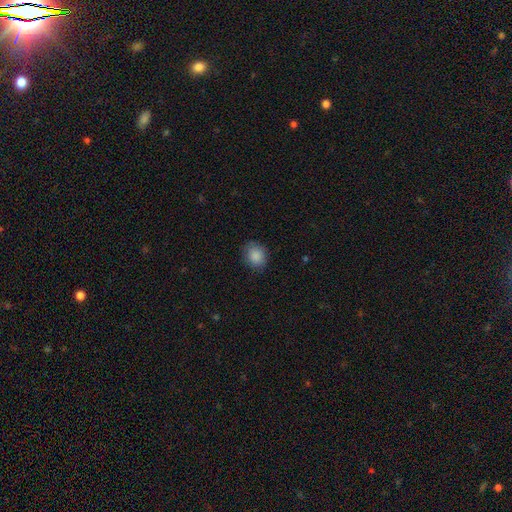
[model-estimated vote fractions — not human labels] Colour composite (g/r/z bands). It shows a smooth galaxy with no disk features (87%) that is round (65%). Merging: none (82%).